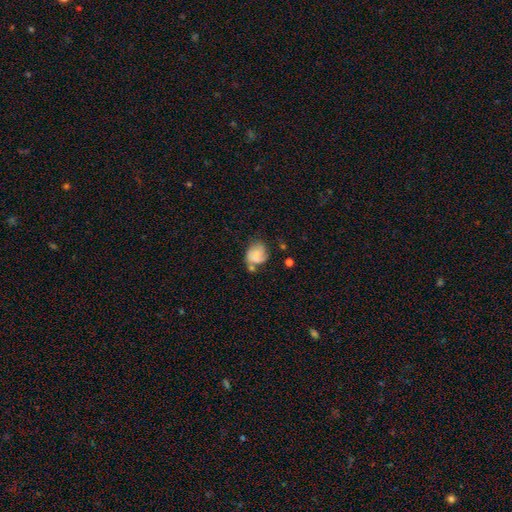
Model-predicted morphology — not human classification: This appears to be a smooth galaxy with no disk features (58%) that is round (54%). Merging: none (39%).